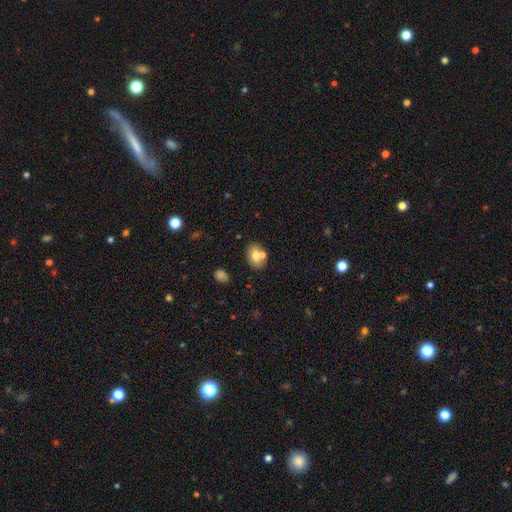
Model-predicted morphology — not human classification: Overall: smooth (68%). How rounded: in between (70%). Merging: none (61%; merger 23%).